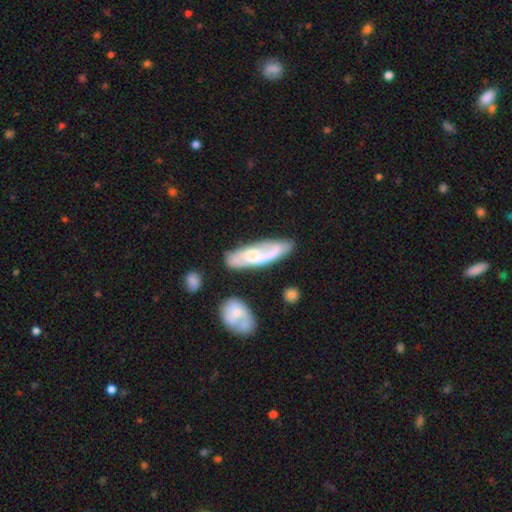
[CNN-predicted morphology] smooth-or-featured: featured or disk: 67% | smooth: 28% | star or artifact: 6%
  disk-edge-on: no: 81% | yes: 19%
    bar: no: 54% | weak: 36% | strong: 10%
    has-spiral-arms: yes: 85% | no: 15%
    bulge-size: moderate: 51% | small: 29% | large: 10% | none: 8% | dominant: 2%
  merging: none: 61% | minor disturbance: 21% | major disturbance: 10% | merger: 8%